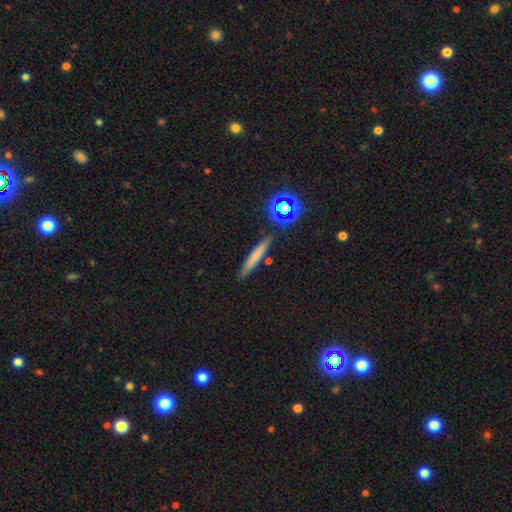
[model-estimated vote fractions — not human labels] Smooth or featured? Predicted: smooth (p=0.67). How rounded? Predicted: cigar-shaped (p=0.92). Merging? Predicted: none (p=0.86).